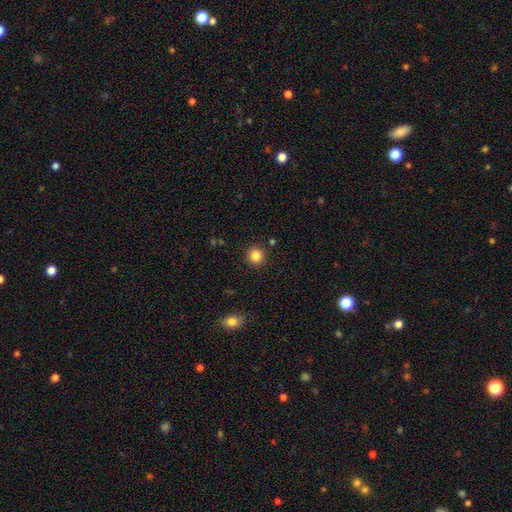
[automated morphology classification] smooth-or-featured: smooth: 84% | star or artifact: 11% | featured or disk: 5%
  how-rounded: round: 93% | in between: 6% | cigar-shaped: 1%
  merging: none: 91% | minor disturbance: 5% | merger: 2% | major disturbance: 2%